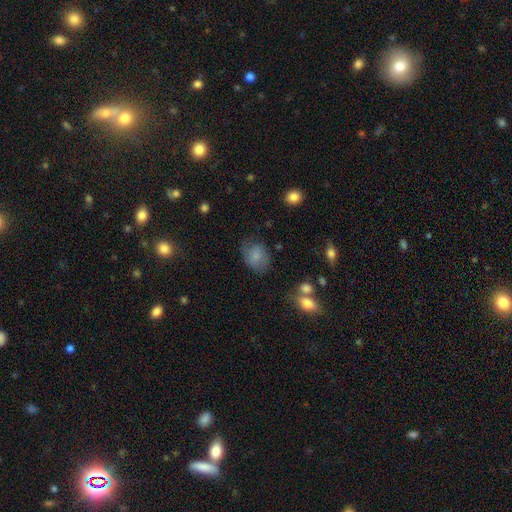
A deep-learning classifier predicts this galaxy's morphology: This is likely a smooth galaxy (77%). How rounded: possibly in between (58%). Merging: likely none (65%).